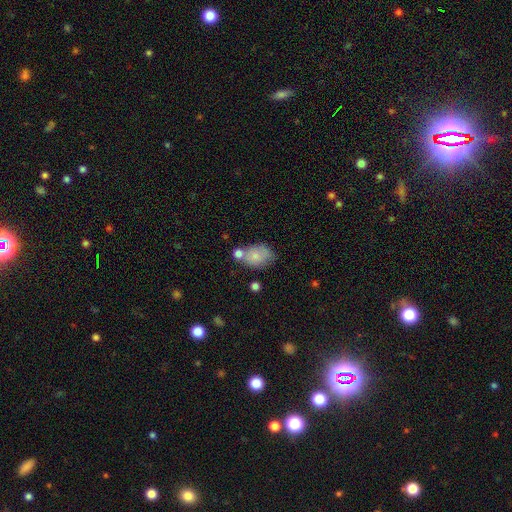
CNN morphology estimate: smooth-or-featured: smooth: 77% | featured or disk: 15% | star or artifact: 8%
  how-rounded: in between: 76% | round: 23% | cigar-shaped: 1%
  merging: none: 46% | merger: 25% | minor disturbance: 21% | major disturbance: 8%